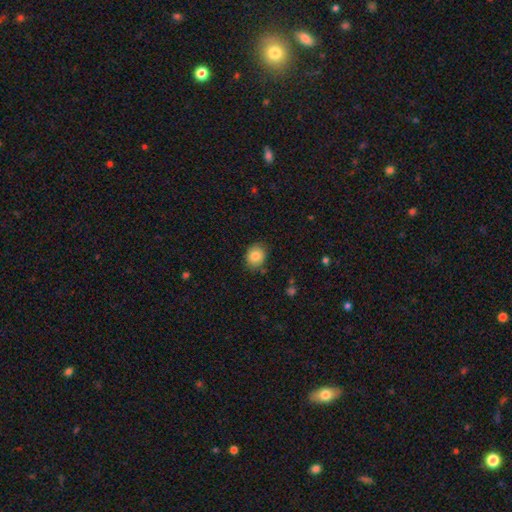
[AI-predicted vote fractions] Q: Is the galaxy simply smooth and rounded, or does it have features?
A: smooth — 83%.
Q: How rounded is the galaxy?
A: round — 66%.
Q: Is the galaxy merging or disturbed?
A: none — 82%.